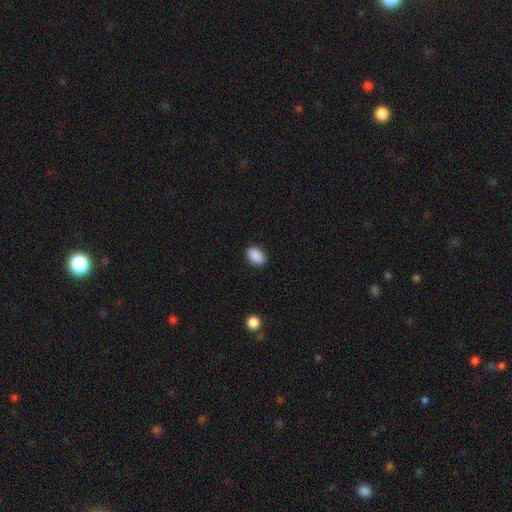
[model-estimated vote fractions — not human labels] Morphology: type=smooth (90%); roundness=in between (87%); merging=none (89%).